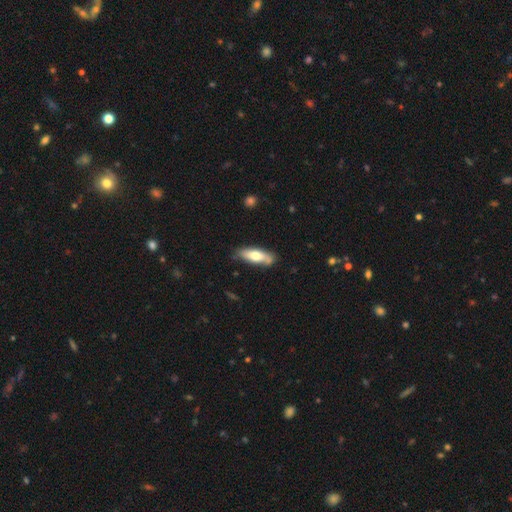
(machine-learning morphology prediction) Q: Smooth or featured?
A: smooth (64%); runner-up: featured or disk (31%)
Q: How rounded?
A: in between (58%); runner-up: cigar-shaped (39%)
Q: Merging?
A: none (73%); runner-up: minor disturbance (20%)